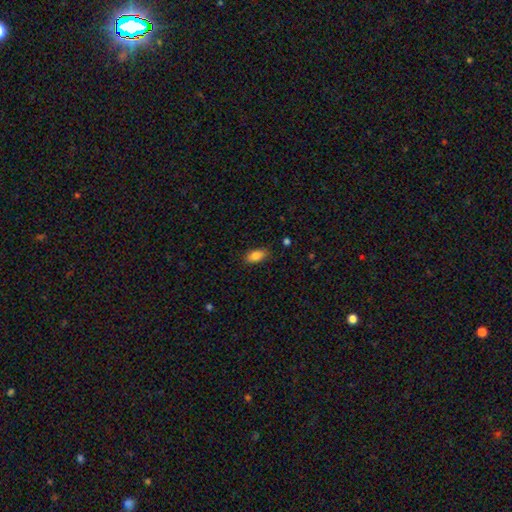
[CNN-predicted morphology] type=smooth (85%); roundness=in between (90%); merging=none (85%).